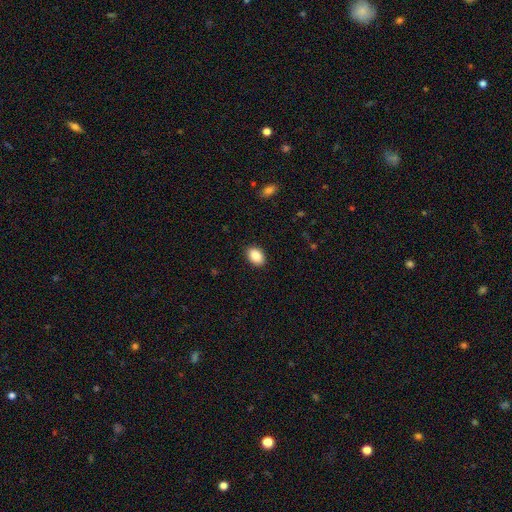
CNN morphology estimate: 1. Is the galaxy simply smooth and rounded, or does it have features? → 89% smooth, 7% star or artifact, 4% featured or disk.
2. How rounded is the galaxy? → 83% in between, 16% round, 1% cigar-shaped.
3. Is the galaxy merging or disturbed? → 89% none, 8% minor disturbance, 2% major disturbance, 1% merger.